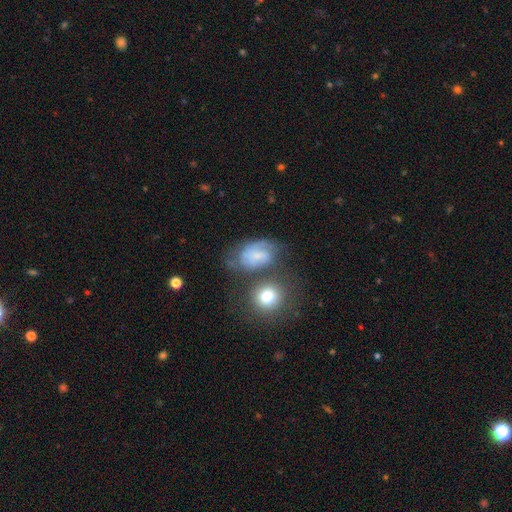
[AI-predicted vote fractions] Morphology: type=featured or disk (50%); merging=none (41%).